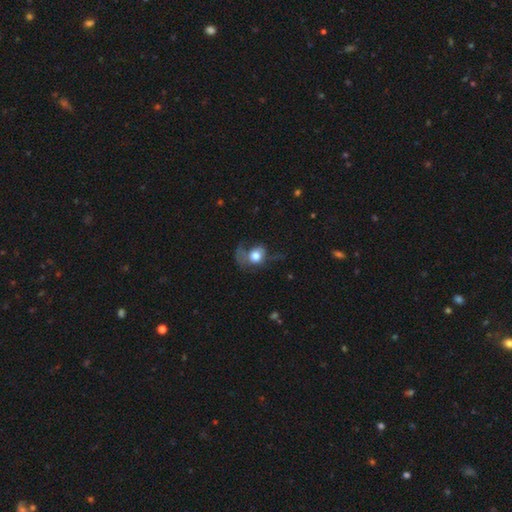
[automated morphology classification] The model was most divided on "how rounded": round: 62%, in between: 37%, cigar-shaped: 1%. More confident: smooth or featured — smooth (59%); merging — major disturbance (52%).